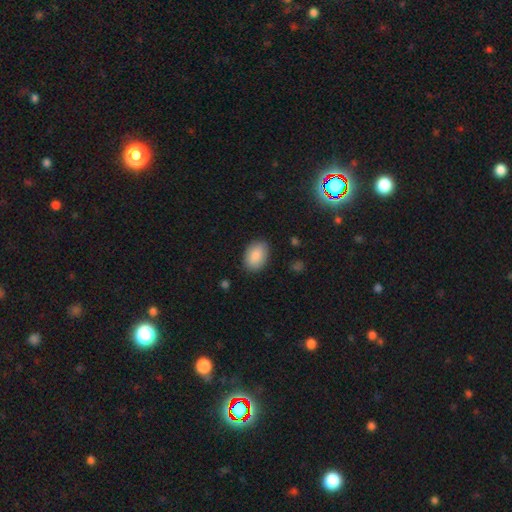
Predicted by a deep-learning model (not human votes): A smooth galaxy with no disk features (87%) that is in between round and cigar-shaped (85%). Merging: none (86%).